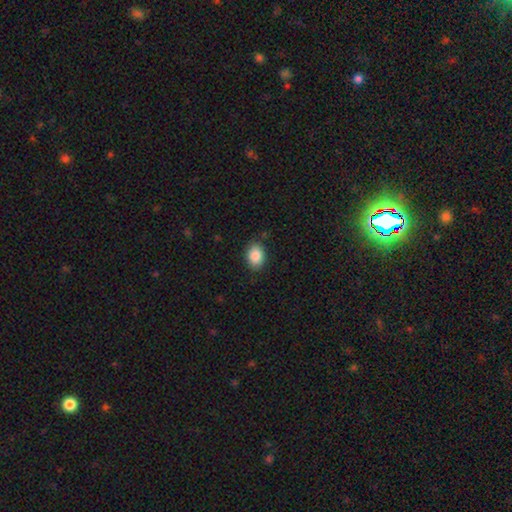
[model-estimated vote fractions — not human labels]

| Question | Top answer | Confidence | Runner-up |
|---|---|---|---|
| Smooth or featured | smooth | 87% | star or artifact (8%) |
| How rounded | in between | 72% | round (27%) |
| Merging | none | 86% | minor disturbance (11%) |